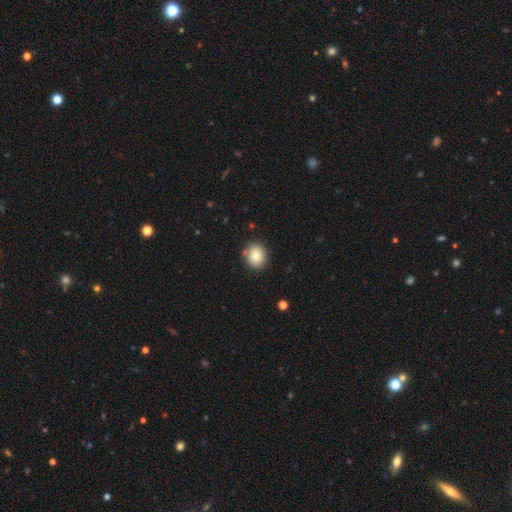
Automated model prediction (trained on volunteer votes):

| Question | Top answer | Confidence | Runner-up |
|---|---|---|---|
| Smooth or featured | smooth | 85% | star or artifact (9%) |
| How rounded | round | 72% | in between (27%) |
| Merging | none | 87% | minor disturbance (9%) |